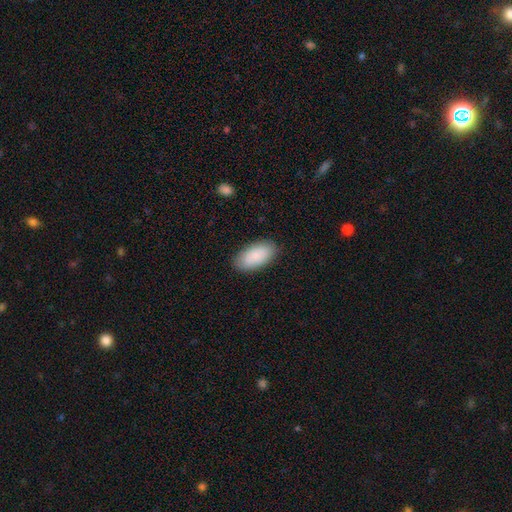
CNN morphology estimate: Smooth or featured? Predicted: smooth (p=0.87). How rounded? Predicted: in between (p=0.95). Merging? Predicted: none (p=0.87).